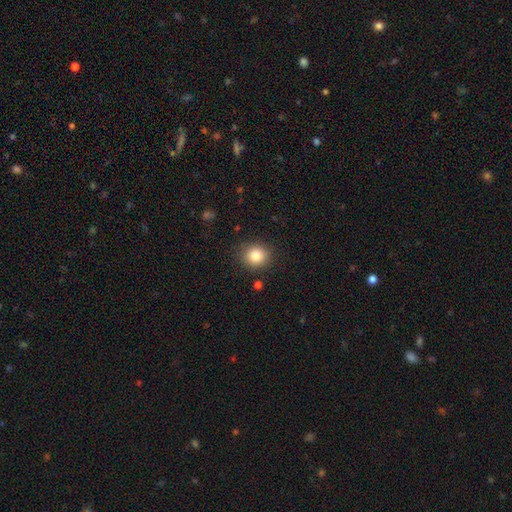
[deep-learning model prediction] This appears to be a smooth galaxy with no disk features (84%) that is round (83%). Merging: none (87%).